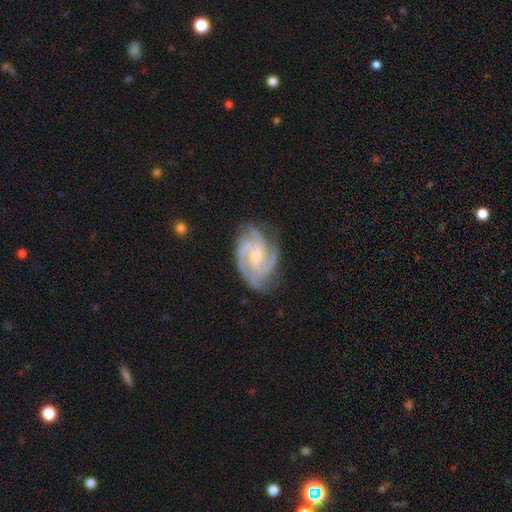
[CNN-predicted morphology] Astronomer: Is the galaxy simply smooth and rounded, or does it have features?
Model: featured or disk — 92%.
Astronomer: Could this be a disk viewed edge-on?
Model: no — 98%.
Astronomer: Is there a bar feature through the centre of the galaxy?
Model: no — 61%.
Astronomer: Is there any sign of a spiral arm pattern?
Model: yes — 98%.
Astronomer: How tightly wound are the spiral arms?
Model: tight — 62%.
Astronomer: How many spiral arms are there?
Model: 3 — 52%.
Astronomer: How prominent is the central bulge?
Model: small — 58% (runner-up: moderate, 38%).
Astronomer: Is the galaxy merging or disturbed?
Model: none — 74%.